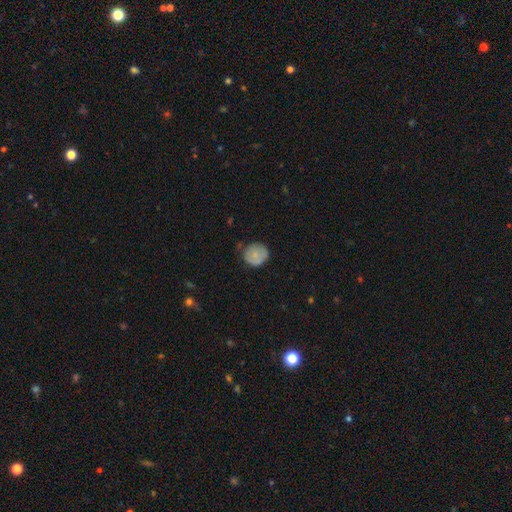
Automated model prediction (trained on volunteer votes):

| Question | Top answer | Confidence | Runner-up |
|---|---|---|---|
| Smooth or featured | smooth | 77% | featured or disk (15%) |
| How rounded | round | 84% | in between (15%) |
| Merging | none | 67% | minor disturbance (25%) |